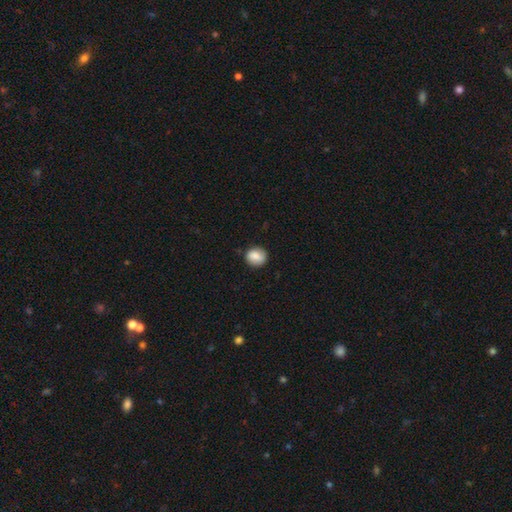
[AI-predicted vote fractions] A smooth galaxy with no disk features (82%) that is round (76%). Merging: none (84%).